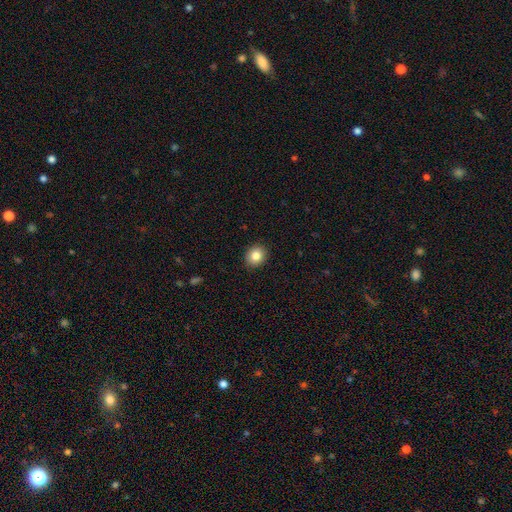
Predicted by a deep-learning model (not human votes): smooth 84%, star or artifact 10%, featured or disk 7%. Down the decision tree: how rounded — round (73%); merging — none (91%).